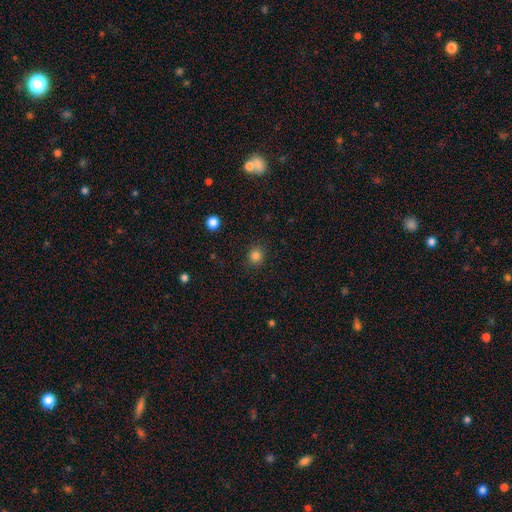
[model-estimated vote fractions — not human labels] Smooth or featured? Predicted: smooth (p=0.83). How rounded? Predicted: round (p=0.84). Merging? Predicted: none (p=0.89).